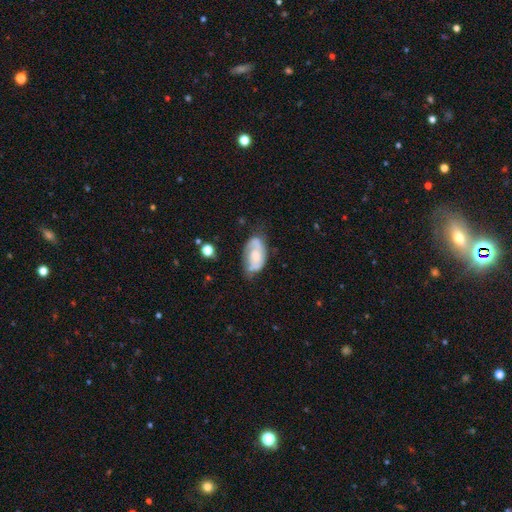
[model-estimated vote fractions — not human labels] This appears to be a featured or disk galaxy (64%) with no bar (66%), 2 (60%) medium (41%) spiral arms (85%) and a small central bulge (41%). Merging: none (54%).